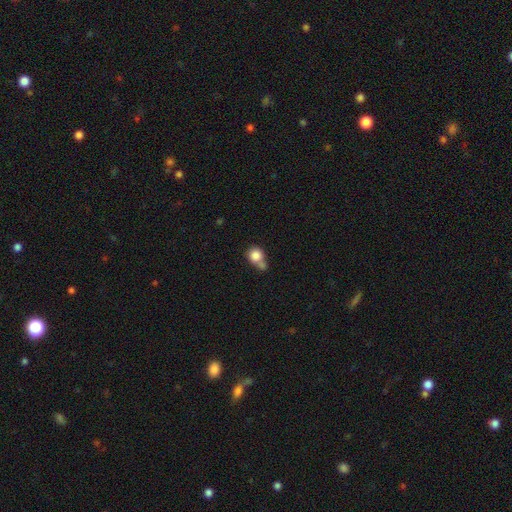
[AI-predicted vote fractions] A smooth galaxy with no disk features (82%) that is round (81%).

Vote fractions:
- Smooth or featured? smooth: 82% / star or artifact: 9% / featured or disk: 9%
- How rounded? round: 81% / in between: 18% / cigar-shaped: 1%
- Merging? merger: 40% / none: 37% / minor disturbance: 15% / major disturbance: 8%